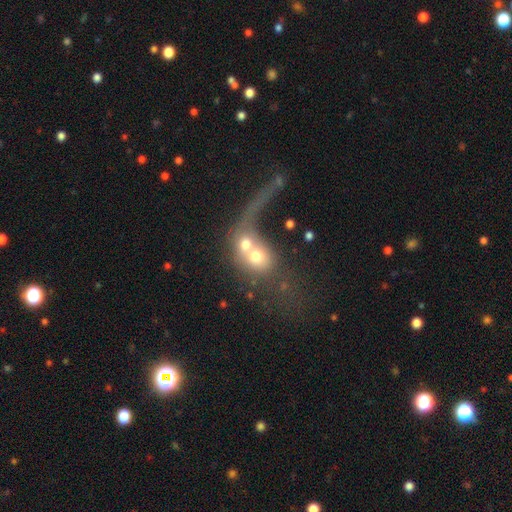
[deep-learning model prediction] Q: Smooth or featured?
A: smooth (54%); runner-up: featured or disk (34%)
Q: How rounded?
A: round (61%); runner-up: in between (35%)
Q: Merging?
A: merger (68%); runner-up: major disturbance (16%)